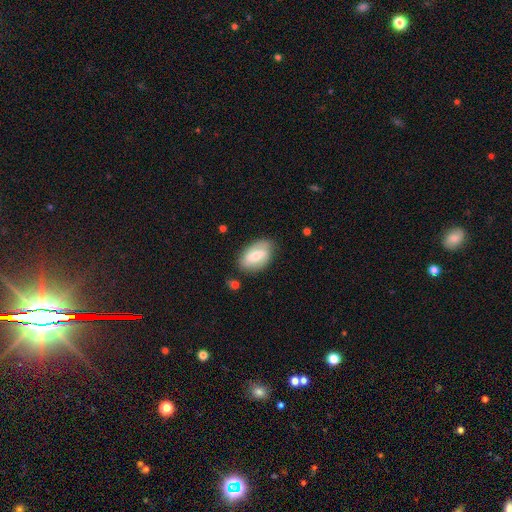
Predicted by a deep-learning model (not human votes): Smooth or featured?
  - smooth: 50% *
  - featured or disk: 44%
  - star or artifact: 7%
Merging?
  - none: 77% *
  - minor disturbance: 17%
  - major disturbance: 4%
  - merger: 2%